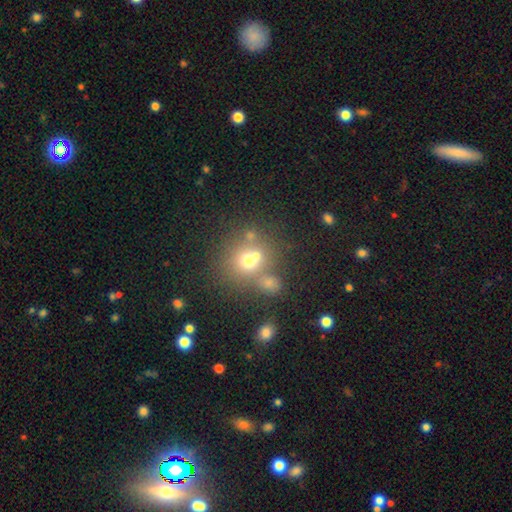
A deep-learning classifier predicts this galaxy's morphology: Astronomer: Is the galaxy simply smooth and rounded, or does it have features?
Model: smooth — 64%.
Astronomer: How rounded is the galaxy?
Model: round — 80%.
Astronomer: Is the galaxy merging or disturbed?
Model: none — 46% (runner-up: merger, 38%).